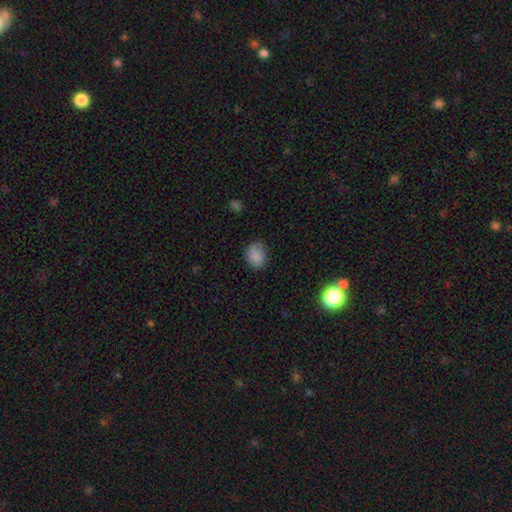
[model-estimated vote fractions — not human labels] Overall: smooth (84%). How rounded: round (54%; in between 45%). Merging: none (72%).